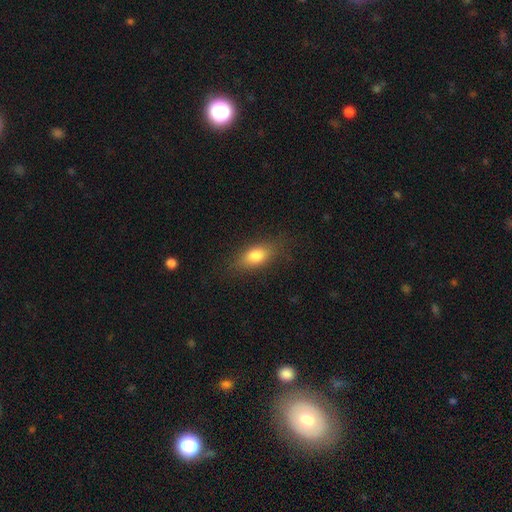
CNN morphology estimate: smooth-or-featured: smooth: 80% | featured or disk: 12% | star or artifact: 8%
  how-rounded: in between: 82% | cigar-shaped: 10% | round: 8%
  merging: none: 78% | minor disturbance: 15% | major disturbance: 5% | merger: 1%